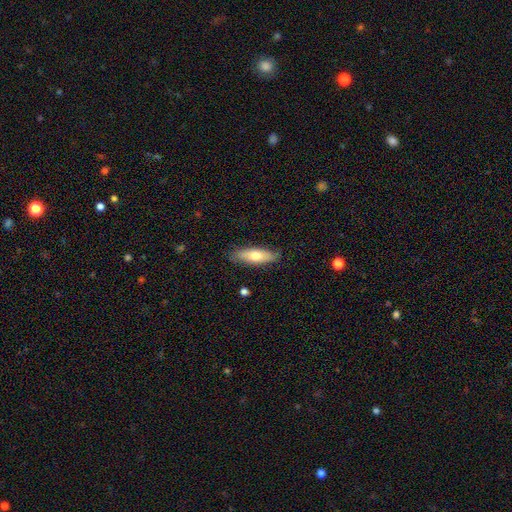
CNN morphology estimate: Smooth or featured? Predicted: smooth (p=0.65). How rounded? Predicted: in between (p=0.55). Merging? Predicted: none (p=0.84).